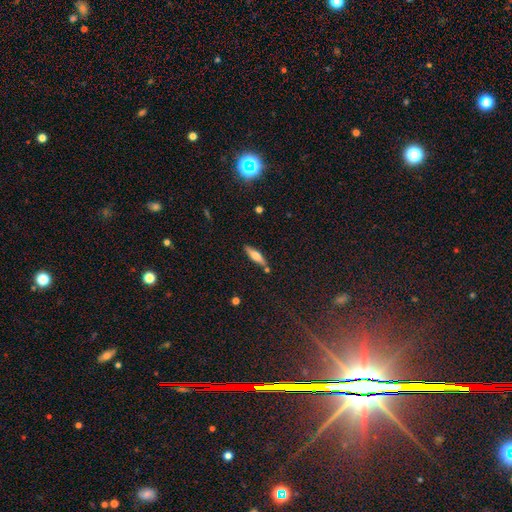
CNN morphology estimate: Overall: smooth (50%; featured or disk 43%). How rounded: cigar-shaped (71%). Merging: none (82%).